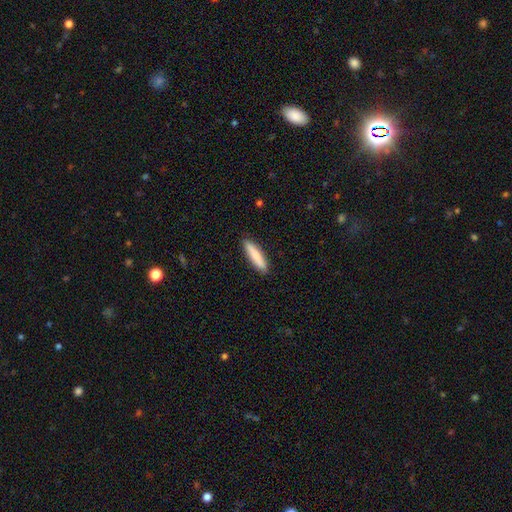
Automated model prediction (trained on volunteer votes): Smooth or featured?
  - smooth: 82% *
  - featured or disk: 12%
  - star or artifact: 5%
How rounded?
  - cigar-shaped: 85% *
  - in between: 14%
  - round: 1%
Merging?
  - none: 90% *
  - minor disturbance: 8%
  - major disturbance: 2%
  - merger: 1%